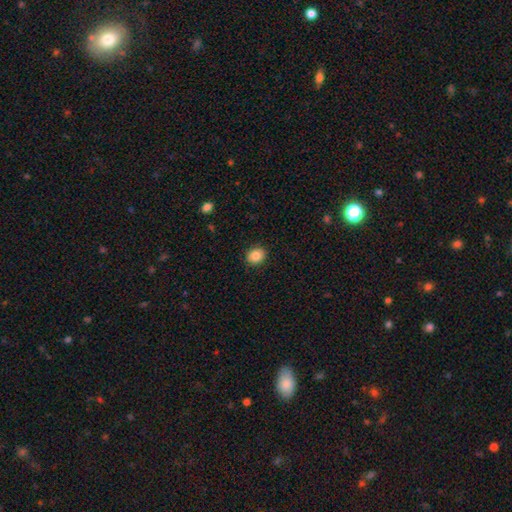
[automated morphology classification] smooth 86%, star or artifact 9%, featured or disk 5%. Down the decision tree: how rounded — round (74%); merging — none (90%).